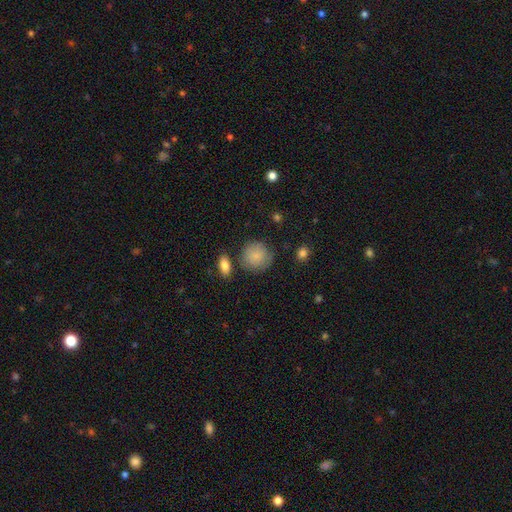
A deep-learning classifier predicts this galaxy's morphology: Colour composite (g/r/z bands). It shows a smooth galaxy with no disk features (82%) that is round (90%). Merging: none (73%).